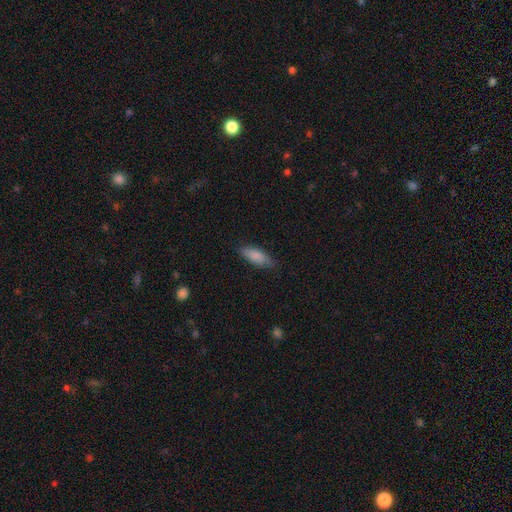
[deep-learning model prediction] This appears to be a smooth galaxy with no disk features (86%) that is in between round and cigar-shaped (76%). Merging: none (79%).